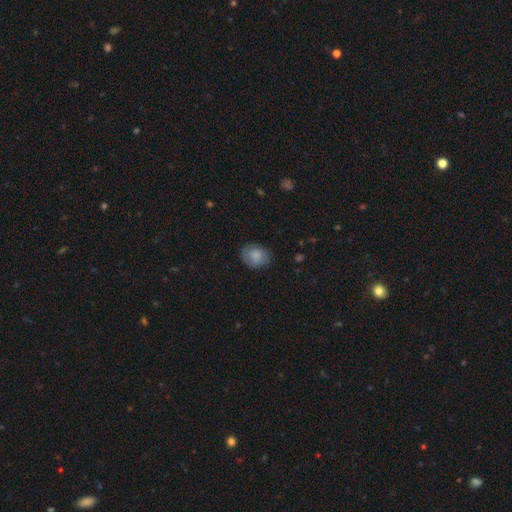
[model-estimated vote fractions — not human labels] A smooth galaxy with no disk features (80%) that is in between round and cigar-shaped (54%). Merging: none (76%).